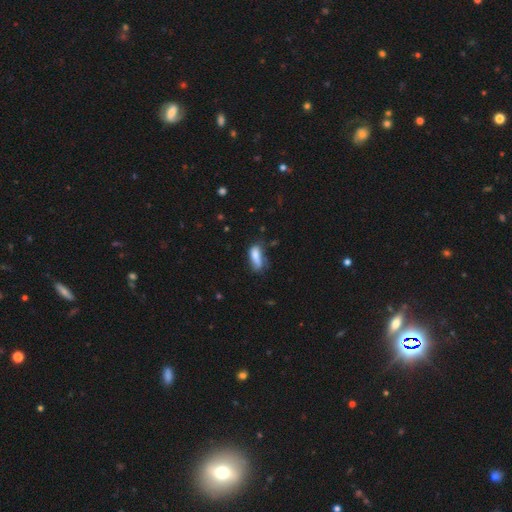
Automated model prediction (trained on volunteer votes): This is likely a smooth galaxy (78%). How rounded: likely in between (70%). Merging: marginally none (43%).